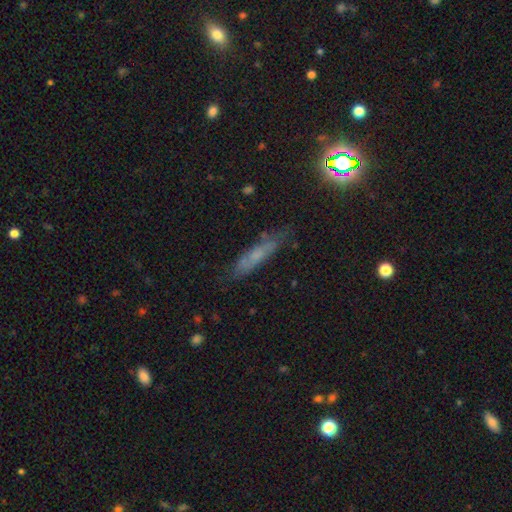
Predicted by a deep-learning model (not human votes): Smooth or featured? Predicted: smooth (p=0.50). How rounded? Predicted: cigar-shaped (p=0.79). Merging? Predicted: none (p=0.71).